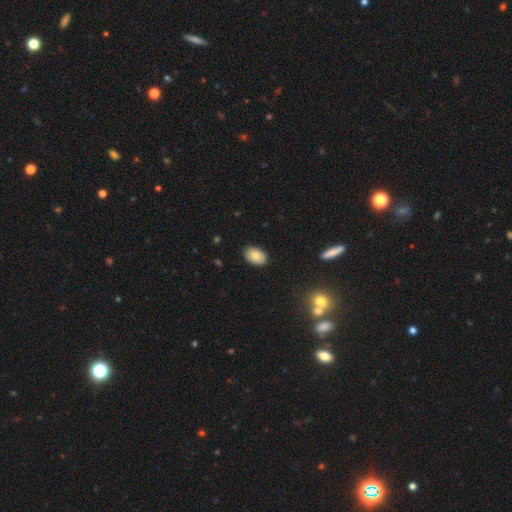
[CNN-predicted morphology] This appears to be a smooth galaxy with no disk features (84%) that is in between round and cigar-shaped (89%). Merging: none (87%).